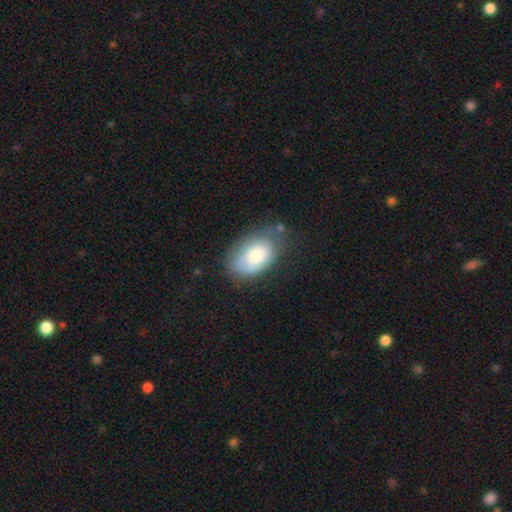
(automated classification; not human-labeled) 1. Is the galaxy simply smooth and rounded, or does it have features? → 73% smooth, 20% featured or disk, 7% star or artifact.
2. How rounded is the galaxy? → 91% in between, 8% round, 1% cigar-shaped.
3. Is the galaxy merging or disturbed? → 57% none, 29% minor disturbance, 10% major disturbance, 4% merger.